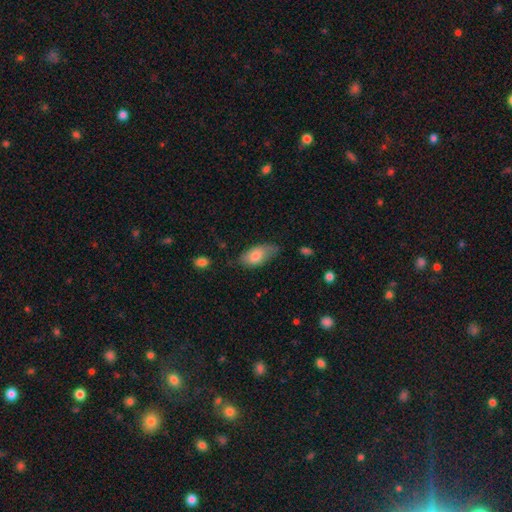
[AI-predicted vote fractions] Q: Smooth or featured?
A: smooth (78%); runner-up: featured or disk (15%)
Q: How rounded?
A: in between (91%); runner-up: cigar-shaped (5%)
Q: Merging?
A: none (56%); runner-up: minor disturbance (33%)